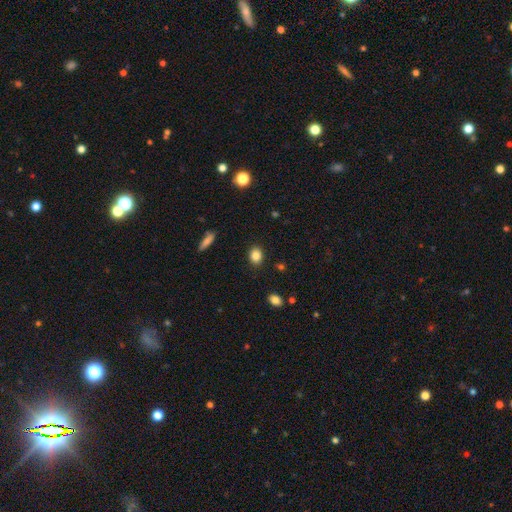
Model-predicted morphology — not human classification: A smooth galaxy with no disk features (85%) that is in between round and cigar-shaped (58%). Merging: none (88%).